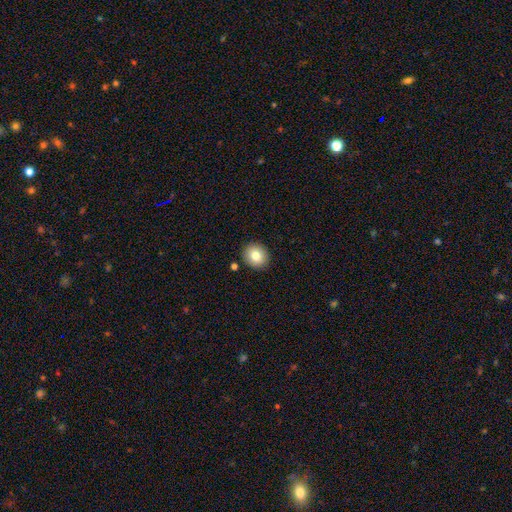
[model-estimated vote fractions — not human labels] smooth-or-featured: smooth: 81% | featured or disk: 10% | star or artifact: 9%
  how-rounded: round: 77% | in between: 22% | cigar-shaped: 1%
  merging: none: 89% | minor disturbance: 7% | merger: 2% | major disturbance: 2%